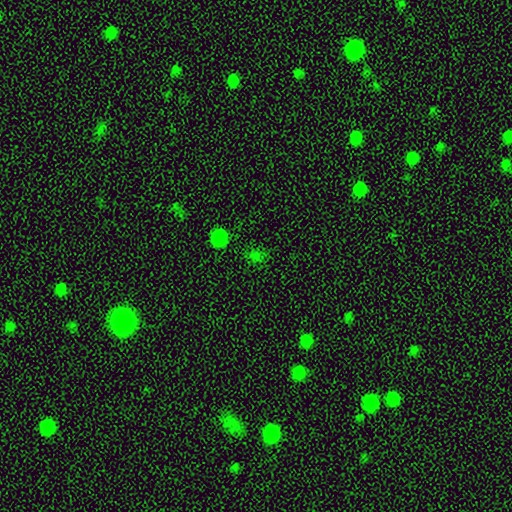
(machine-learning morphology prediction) A smooth galaxy with no disk features (50%).

Vote fractions:
- Smooth or featured? smooth: 50% / star or artifact: 44% / featured or disk: 6%
- Merging? none: 83% / minor disturbance: 10% / major disturbance: 4% / merger: 3%